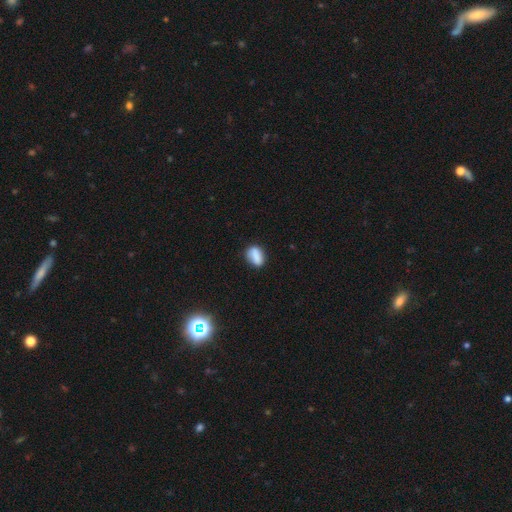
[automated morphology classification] Smooth or featured? smooth (84%)
How rounded? in between (80%)
Merging? none (77%)